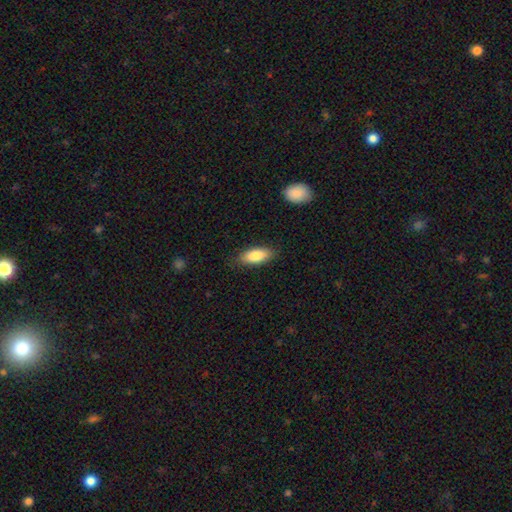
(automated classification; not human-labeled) Smooth or featured?
  - smooth: 83% *
  - featured or disk: 10%
  - star or artifact: 6%
How rounded?
  - in between: 81% *
  - cigar-shaped: 17%
  - round: 2%
Merging?
  - none: 85% *
  - minor disturbance: 12%
  - major disturbance: 3%
  - merger: 1%